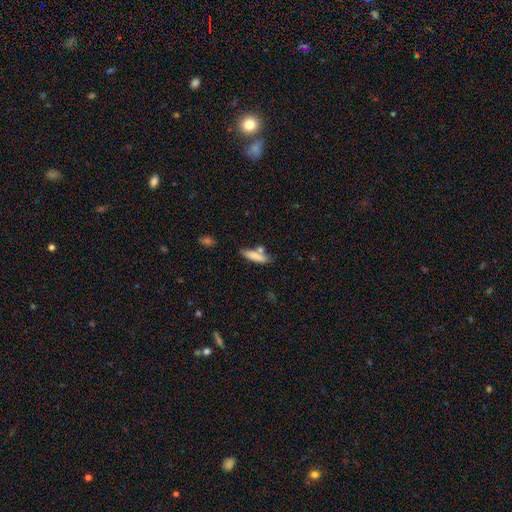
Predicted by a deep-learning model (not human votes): Smooth or featured: smooth — 79% (featured or disk — 14%)
How rounded: cigar-shaped — 68% (in between — 30%)
Merging: none — 60% (merger — 18%)